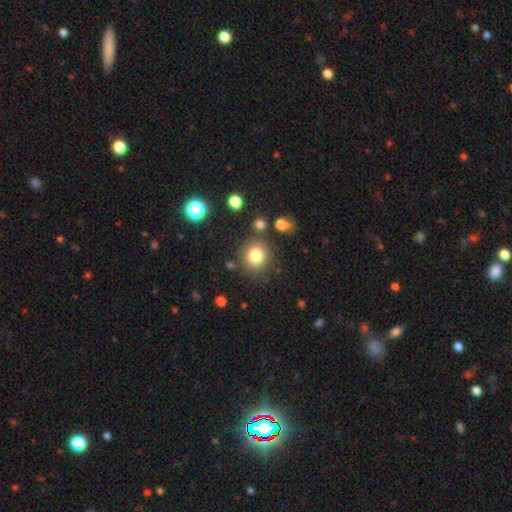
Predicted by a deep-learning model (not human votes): This is clearly a smooth galaxy (81%). How rounded: clearly round (83%). Merging: likely none (80%).